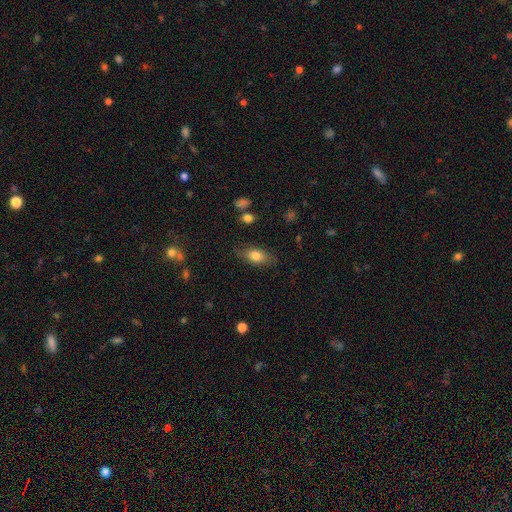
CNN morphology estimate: Smooth or featured: smooth — 78% (featured or disk — 14%)
How rounded: in between — 83% (cigar-shaped — 10%)
Merging: none — 79% (minor disturbance — 15%)